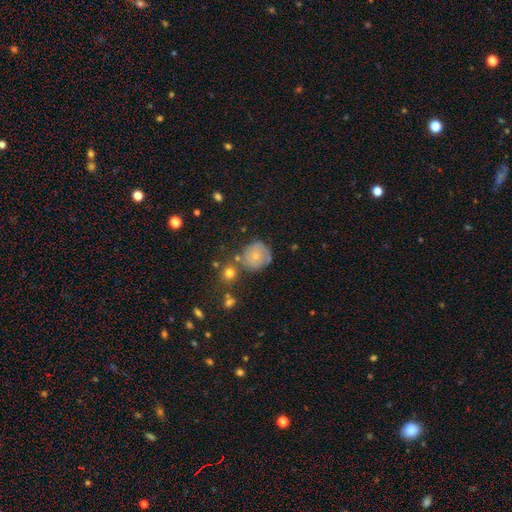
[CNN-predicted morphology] Smooth or featured?
  - smooth: 55% *
  - featured or disk: 36%
  - star or artifact: 10%
How rounded?
  - round: 87% *
  - in between: 12%
  - cigar-shaped: 1%
Merging?
  - none: 59% *
  - minor disturbance: 23%
  - major disturbance: 9%
  - merger: 9%